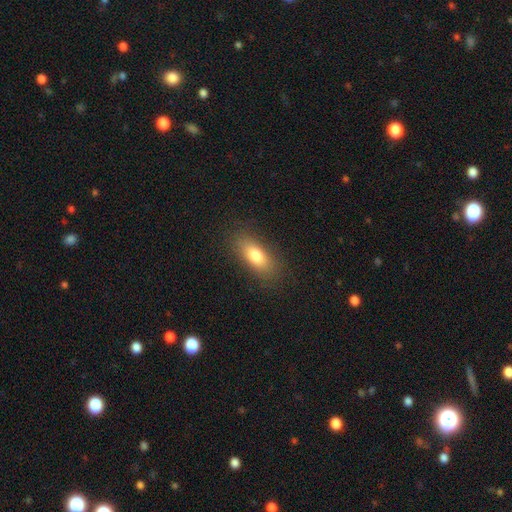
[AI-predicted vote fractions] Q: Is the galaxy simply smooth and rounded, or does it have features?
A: smooth — 79%.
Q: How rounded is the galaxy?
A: in between — 79%.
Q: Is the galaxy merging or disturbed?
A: none — 84%.